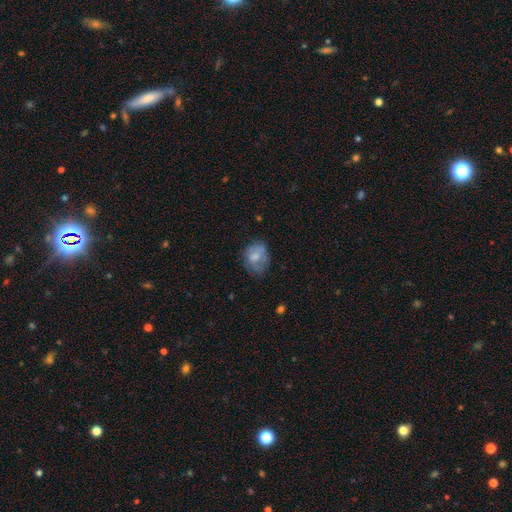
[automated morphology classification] smooth 61%, featured or disk 30%, star or artifact 9%. Down the decision tree: how rounded — in between (59%); merging — none (47%).